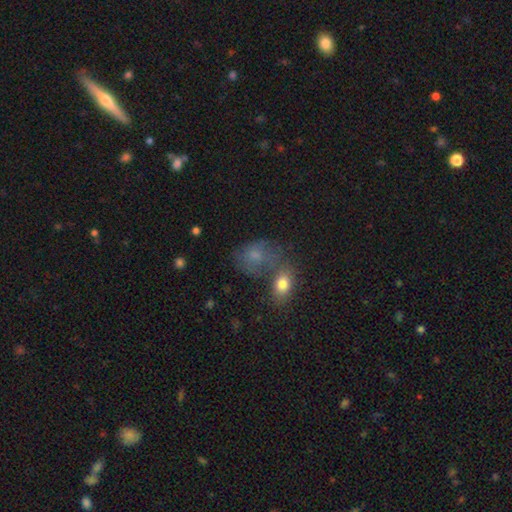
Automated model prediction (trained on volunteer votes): A smooth galaxy with no disk features (66%) that is in between round and cigar-shaped (68%). Merging: none (35%).